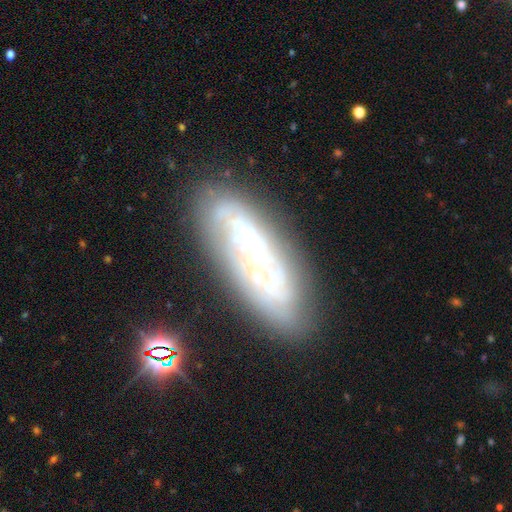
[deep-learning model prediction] Smooth or featured? Predicted: featured or disk (p=0.73). Edge-on disk? Predicted: no (p=0.81). Bar? Predicted: no (p=0.44). Spiral arms? Predicted: yes (p=0.74). Bulge size? Predicted: small (p=0.67). Merging? Predicted: none (p=0.75).